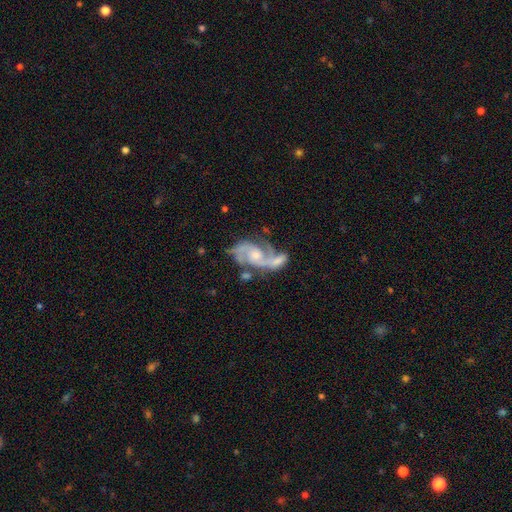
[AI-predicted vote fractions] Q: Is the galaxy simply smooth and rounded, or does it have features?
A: featured or disk — 88%.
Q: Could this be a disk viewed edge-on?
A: no — 97%.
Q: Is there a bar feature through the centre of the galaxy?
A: no — 59%.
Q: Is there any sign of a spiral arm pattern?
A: yes — 96%.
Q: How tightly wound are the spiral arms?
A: medium — 52%.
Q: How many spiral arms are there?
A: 2 — 85%.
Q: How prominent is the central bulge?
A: small — 46%.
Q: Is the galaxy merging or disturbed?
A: none — 37%.